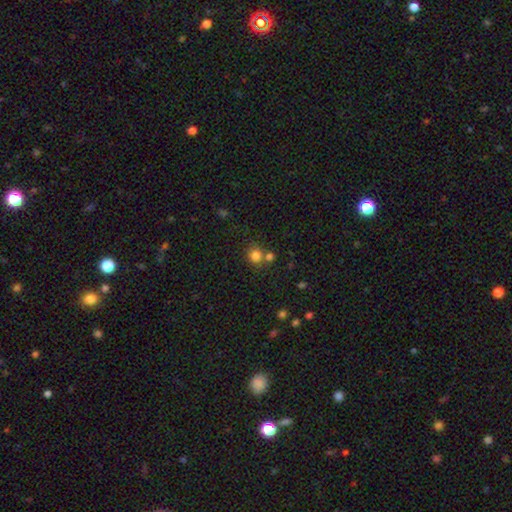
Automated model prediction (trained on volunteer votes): Smooth or featured?
  - smooth: 81% *
  - star or artifact: 12%
  - featured or disk: 6%
How rounded?
  - round: 82% *
  - in between: 17%
  - cigar-shaped: 1%
Merging?
  - none: 60% *
  - merger: 27%
  - minor disturbance: 9%
  - major disturbance: 4%